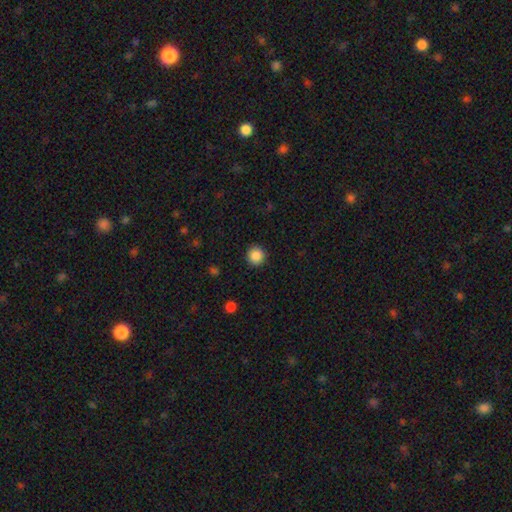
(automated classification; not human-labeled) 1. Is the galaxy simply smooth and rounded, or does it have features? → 87% smooth, 10% star or artifact, 3% featured or disk.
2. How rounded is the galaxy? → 95% round, 4% in between, 1% cigar-shaped.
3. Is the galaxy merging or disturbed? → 92% none, 5% minor disturbance, 2% major disturbance, 1% merger.